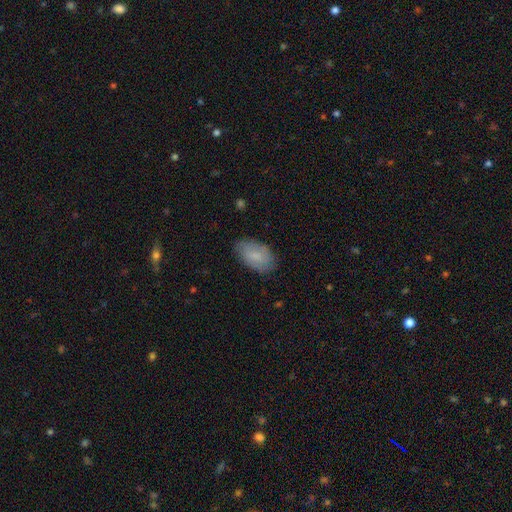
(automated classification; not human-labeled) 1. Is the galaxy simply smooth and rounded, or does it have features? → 76% smooth, 18% featured or disk, 6% star or artifact.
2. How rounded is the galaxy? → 94% in between, 5% round, 2% cigar-shaped.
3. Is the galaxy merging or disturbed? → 78% none, 17% minor disturbance, 3% major disturbance, 1% merger.